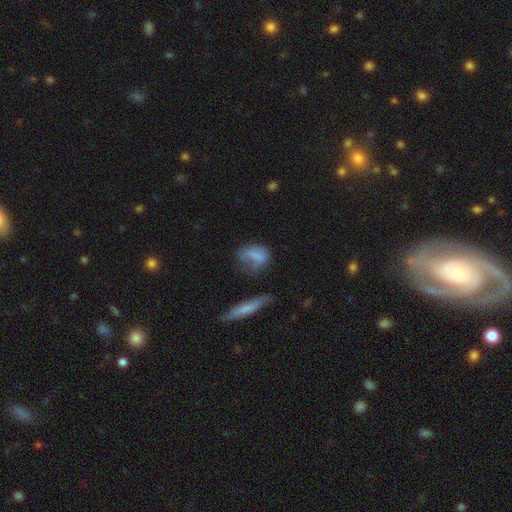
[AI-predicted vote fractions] Smooth or featured: smooth — 69% (featured or disk — 21%)
How rounded: in between — 70% (round — 20%)
Merging: none — 41% (minor disturbance — 30%)